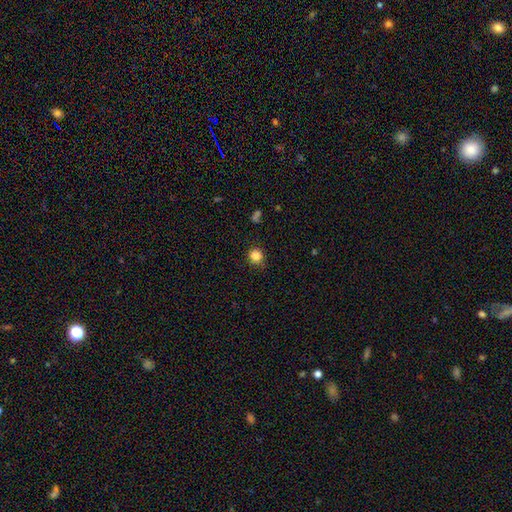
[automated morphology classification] smooth 84%, star or artifact 12%, featured or disk 4%. Down the decision tree: how rounded — round (89%); merging — none (84%).